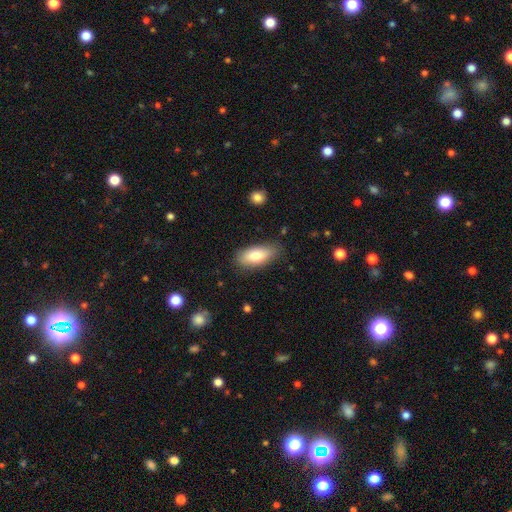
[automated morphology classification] smooth_or_featured: smooth (p=0.81) [alt: featured or disk p=0.13]
how_rounded: in between (p=0.84) [alt: cigar-shaped p=0.14]
merging: none (p=0.80) [alt: minor disturbance p=0.15]